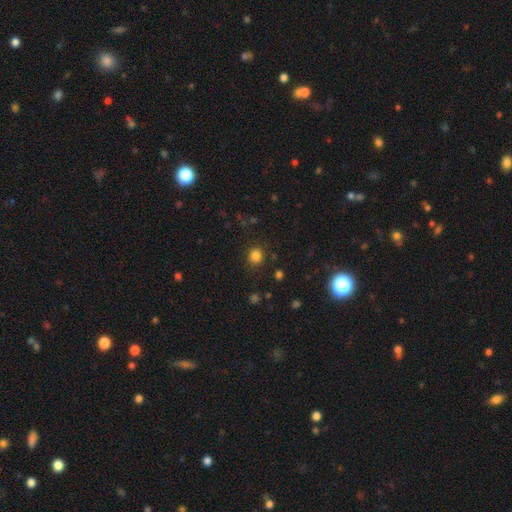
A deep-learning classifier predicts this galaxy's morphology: smooth-or-featured: smooth: 82% | star or artifact: 14% | featured or disk: 4%
  how-rounded: round: 89% | in between: 10% | cigar-shaped: 1%
  merging: none: 89% | minor disturbance: 7% | major disturbance: 3% | merger: 2%